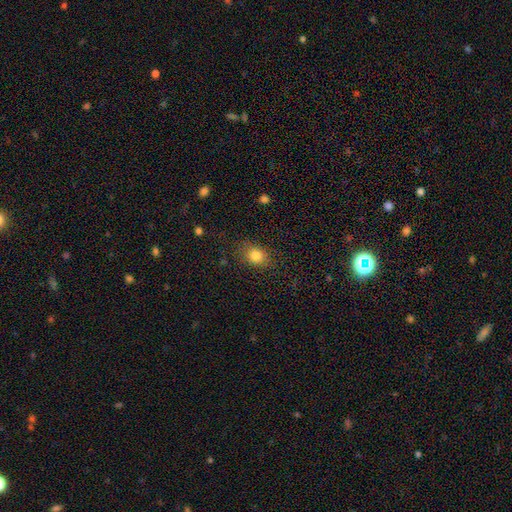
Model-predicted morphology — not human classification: Smooth or featured? smooth (83%)
How rounded? round (55%)
Merging? none (82%)